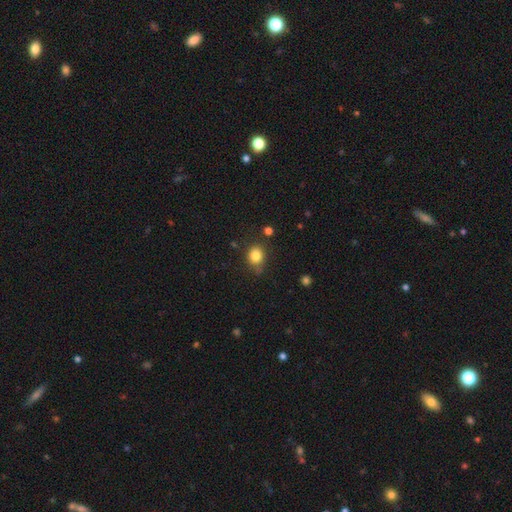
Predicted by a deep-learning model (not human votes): Smooth or featured: smooth — 82% (star or artifact — 11%)
How rounded: round — 74% (in between — 25%)
Merging: none — 72% (minor disturbance — 19%)